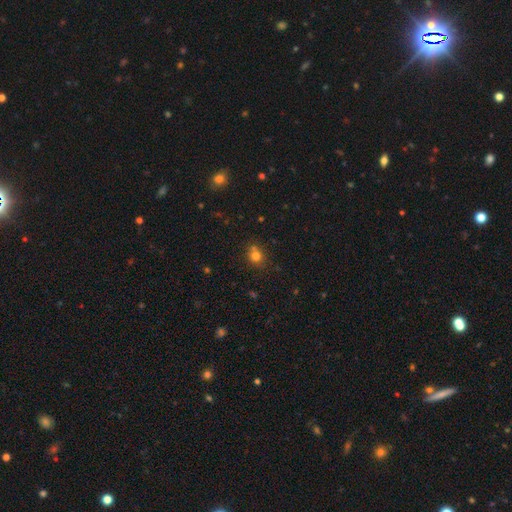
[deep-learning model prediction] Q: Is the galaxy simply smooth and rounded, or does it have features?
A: smooth — 76%.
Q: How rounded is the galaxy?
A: round — 76%.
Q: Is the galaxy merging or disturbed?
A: none — 64%.